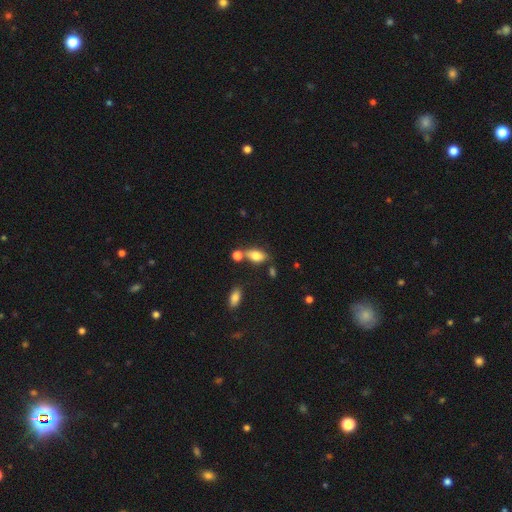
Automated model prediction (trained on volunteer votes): smooth-or-featured: smooth: 78% | featured or disk: 14% | star or artifact: 9%
  how-rounded: in between: 86% | cigar-shaped: 7% | round: 7%
  merging: none: 62% | merger: 18% | minor disturbance: 15% | major disturbance: 5%